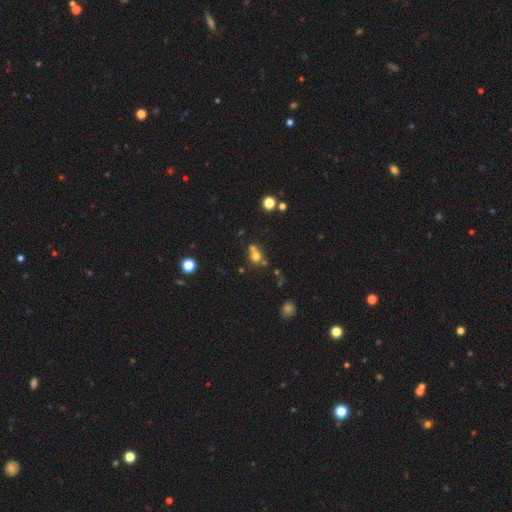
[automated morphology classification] smooth-or-featured: smooth: 67% | star or artifact: 19% | featured or disk: 15%
  how-rounded: round: 81% | in between: 18% | cigar-shaped: 1%
  merging: merger: 48% | none: 40% | minor disturbance: 8% | major disturbance: 4%